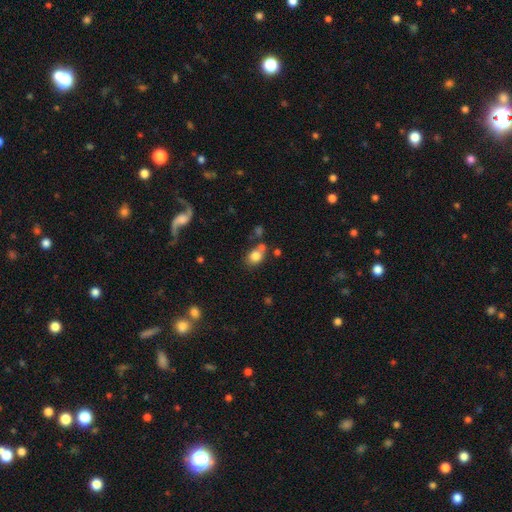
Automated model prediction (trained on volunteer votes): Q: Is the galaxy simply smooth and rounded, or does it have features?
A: smooth — 81%.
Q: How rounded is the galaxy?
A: round — 53%.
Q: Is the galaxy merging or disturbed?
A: none — 58%.